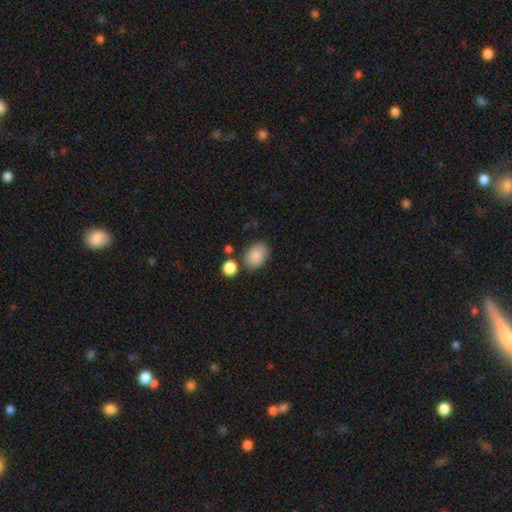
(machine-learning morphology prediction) smooth-or-featured: smooth: 86% | star or artifact: 8% | featured or disk: 6%
  how-rounded: in between: 72% | round: 27% | cigar-shaped: 1%
  merging: none: 74% | minor disturbance: 15% | merger: 7% | major disturbance: 4%